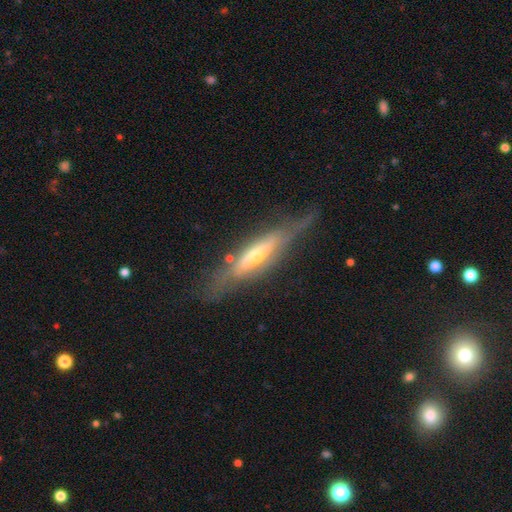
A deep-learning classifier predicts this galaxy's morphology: type=featured or disk (72%); edge-on=yes (77%); edge-on bulge=rounded (73%); merging=none (60%).